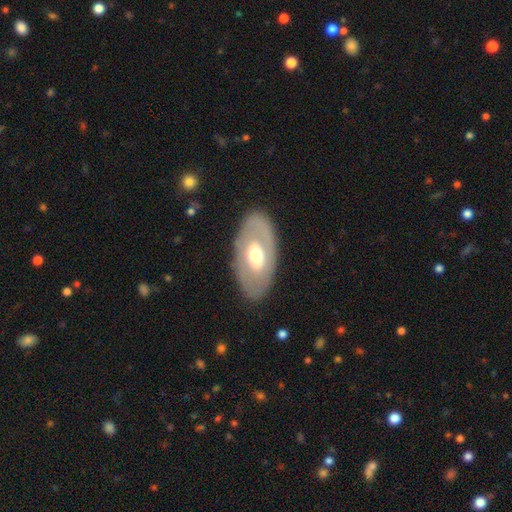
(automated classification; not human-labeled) Smooth or featured? featured or disk (55%)
Edge-on disk? no (87%)
Merging? none (83%)